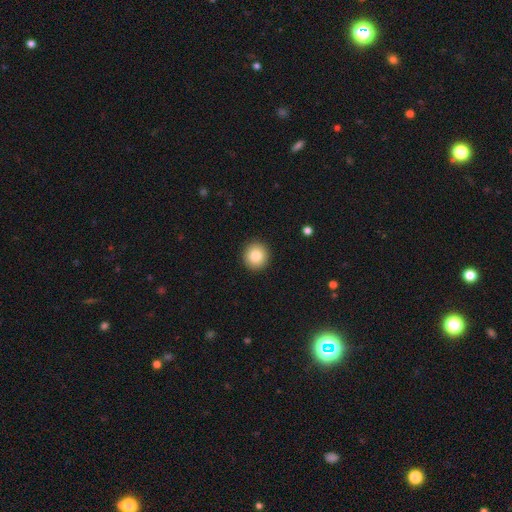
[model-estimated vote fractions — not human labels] smooth-or-featured: smooth: 86% | star or artifact: 8% | featured or disk: 6%
  how-rounded: round: 91% | in between: 9% | cigar-shaped: 1%
  merging: none: 92% | minor disturbance: 5% | major disturbance: 2% | merger: 1%